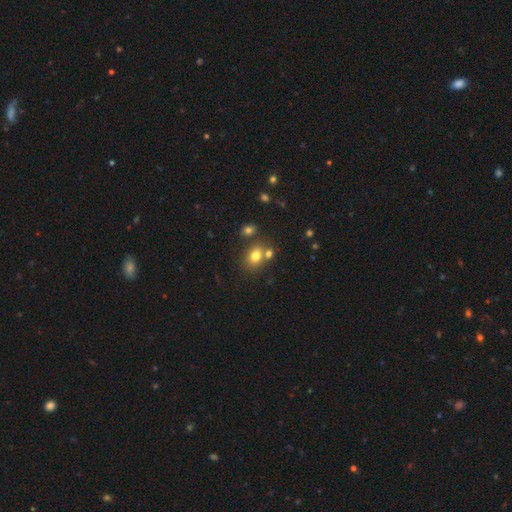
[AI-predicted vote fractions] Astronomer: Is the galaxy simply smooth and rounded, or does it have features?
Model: smooth — 76%.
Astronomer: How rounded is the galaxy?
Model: in between — 50% (runner-up: round, 49%).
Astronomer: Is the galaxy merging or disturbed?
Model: none — 61%.